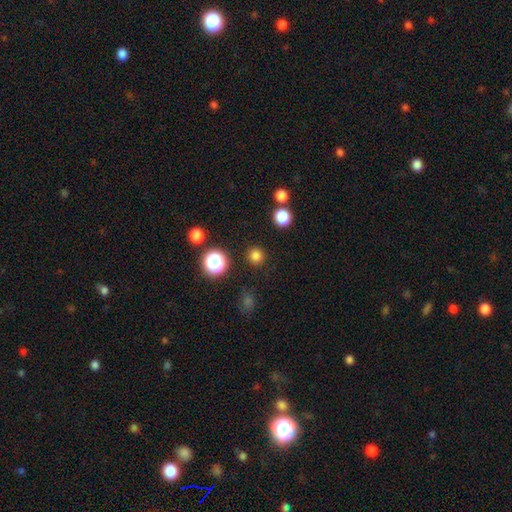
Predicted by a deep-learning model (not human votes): Smooth or featured: smooth — 80% (star or artifact — 17%)
How rounded: round — 94% (in between — 5%)
Merging: none — 91% (minor disturbance — 5%)